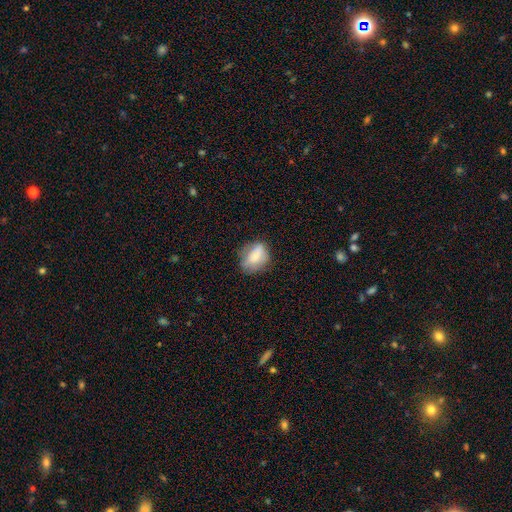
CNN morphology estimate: Smooth or featured: smooth — 70% (featured or disk — 21%)
How rounded: in between — 59% (round — 39%)
Merging: none — 63% (minor disturbance — 26%)